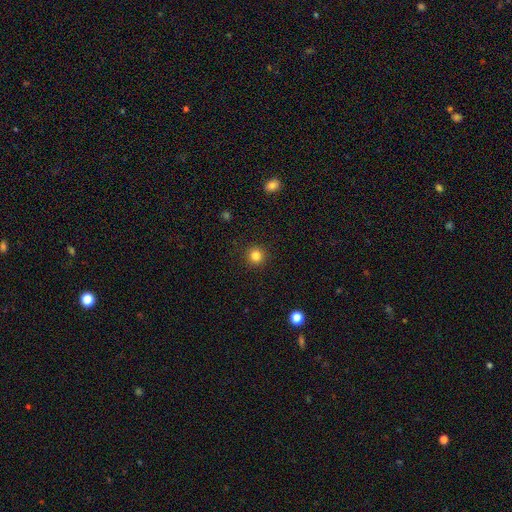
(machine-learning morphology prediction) A smooth galaxy with no disk features (83%) that is round (94%). Merging: none (92%).